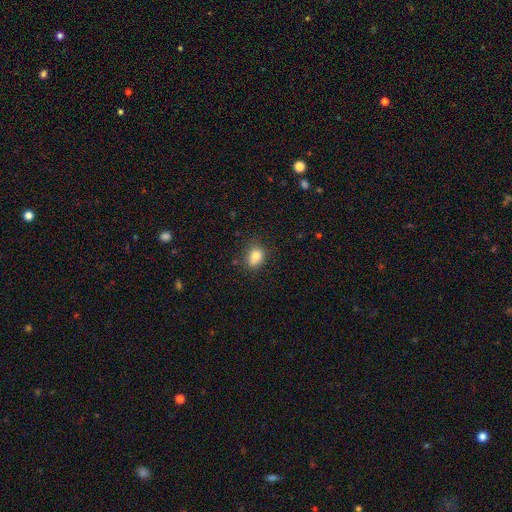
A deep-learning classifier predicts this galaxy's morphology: Overall: smooth (79%). How rounded: in between (51%; round 48%). Merging: none (66%).